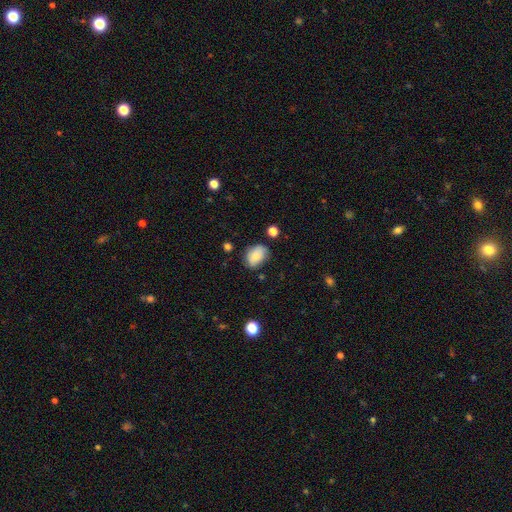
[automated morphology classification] Smooth or featured?
  - smooth: 79% *
  - featured or disk: 13%
  - star or artifact: 8%
How rounded?
  - in between: 79% *
  - round: 20%
  - cigar-shaped: 1%
Merging?
  - none: 68% *
  - minor disturbance: 24%
  - major disturbance: 5%
  - merger: 3%